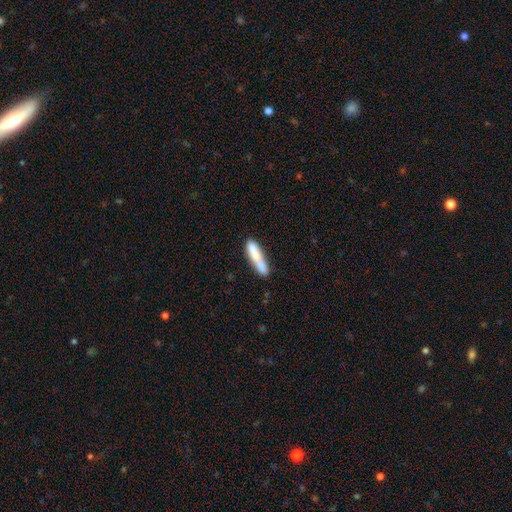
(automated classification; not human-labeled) smooth-or-featured: smooth: 73% | featured or disk: 20% | star or artifact: 7%
  how-rounded: cigar-shaped: 77% | in between: 20% | round: 2%
  merging: none: 47% | merger: 27% | minor disturbance: 19% | major disturbance: 6%